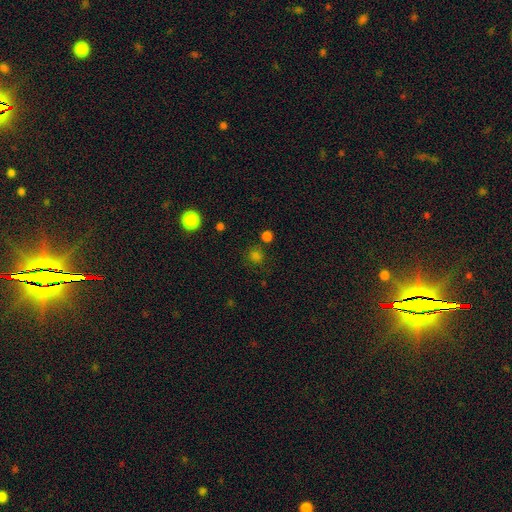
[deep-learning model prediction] Q: Smooth or featured?
A: smooth (72%); runner-up: star or artifact (23%)
Q: How rounded?
A: round (84%); runner-up: in between (15%)
Q: Merging?
A: none (77%); runner-up: minor disturbance (12%)